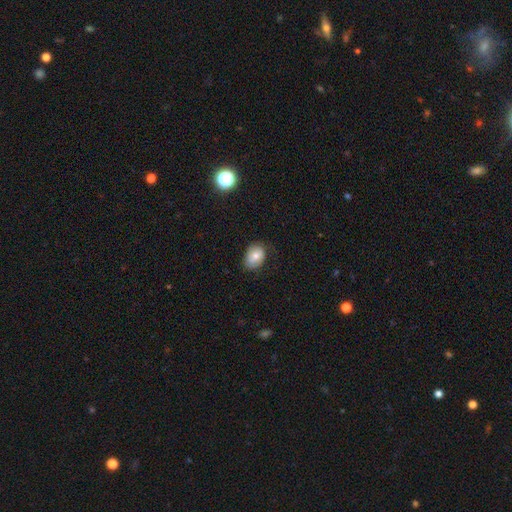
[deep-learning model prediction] A smooth galaxy with no disk features (71%) that is in between round and cigar-shaped (70%). Merging: none (64%).